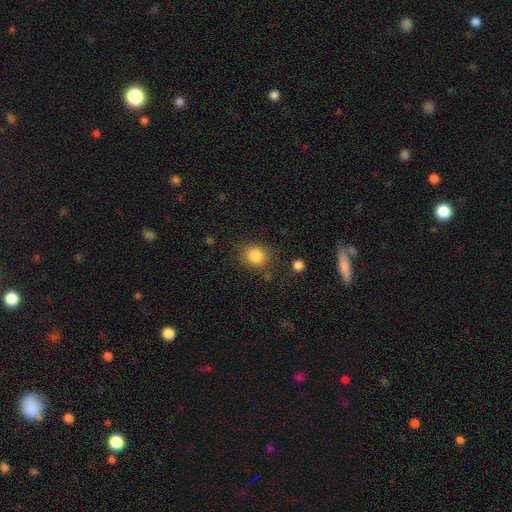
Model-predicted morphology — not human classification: A smooth galaxy with no disk features (85%) that is round (71%). Merging: none (79%).